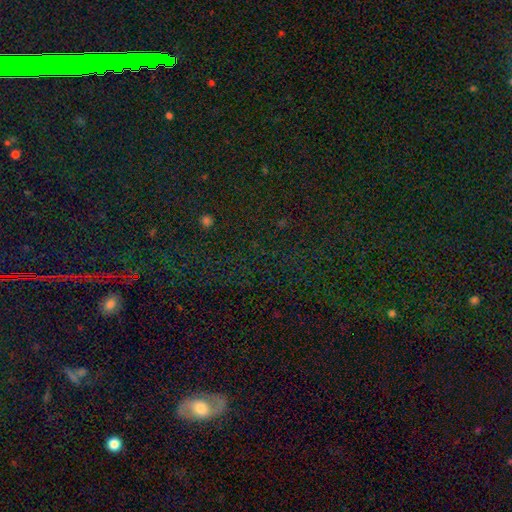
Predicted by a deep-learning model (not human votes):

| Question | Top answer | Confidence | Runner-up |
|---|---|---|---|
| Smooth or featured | star or artifact | 72% | smooth (17%) |